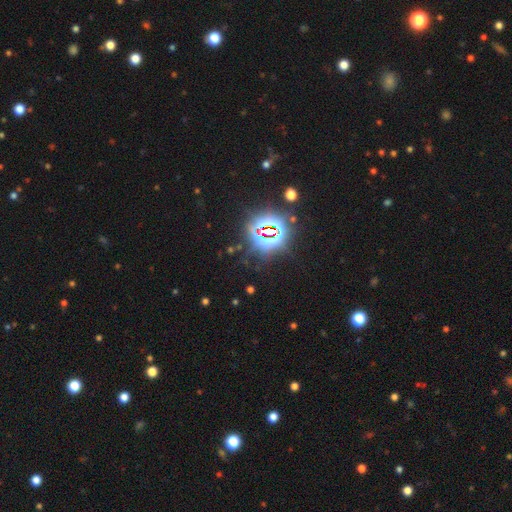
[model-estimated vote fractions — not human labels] This appears to be a star or artifact, not a galaxy (85%).